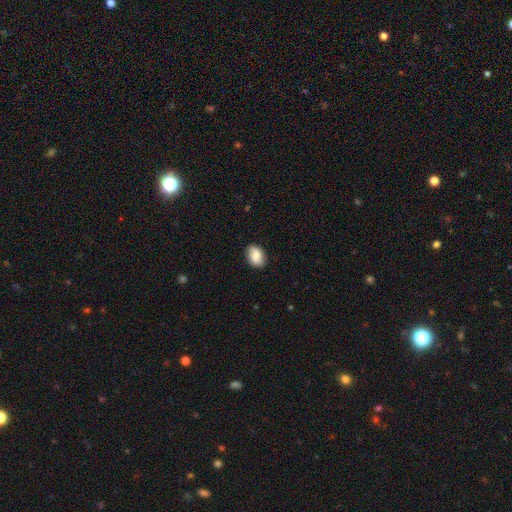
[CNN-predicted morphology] Smooth or featured?
  - smooth: 85% *
  - featured or disk: 8%
  - star or artifact: 7%
How rounded?
  - in between: 82% *
  - round: 17%
  - cigar-shaped: 1%
Merging?
  - none: 87% *
  - minor disturbance: 10%
  - major disturbance: 2%
  - merger: 1%